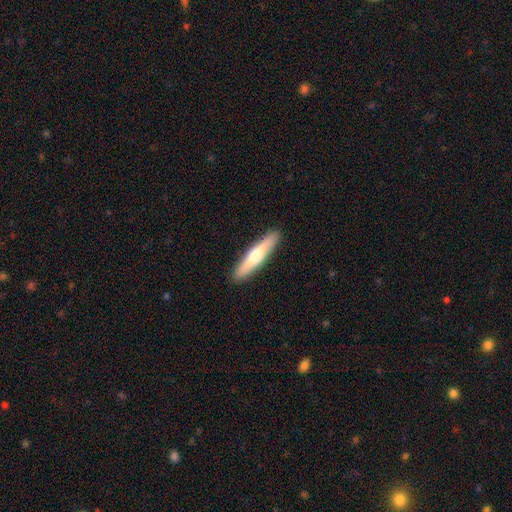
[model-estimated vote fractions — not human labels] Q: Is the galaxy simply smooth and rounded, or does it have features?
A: smooth — 57%.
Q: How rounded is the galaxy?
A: cigar-shaped — 87%.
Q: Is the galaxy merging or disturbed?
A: none — 91%.